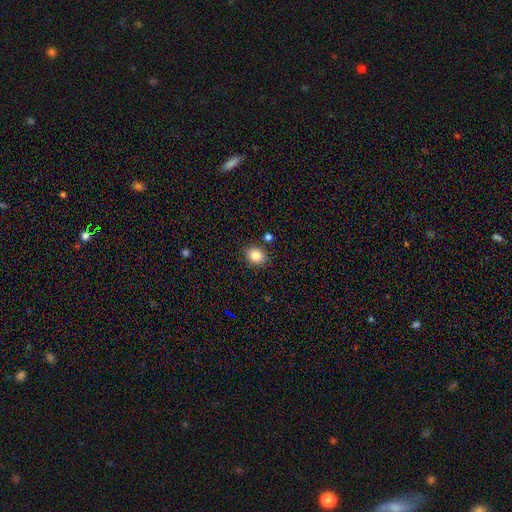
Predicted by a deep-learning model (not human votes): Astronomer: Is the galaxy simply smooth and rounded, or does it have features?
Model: smooth — 85%.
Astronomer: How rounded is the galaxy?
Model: round — 58% (runner-up: in between, 41%).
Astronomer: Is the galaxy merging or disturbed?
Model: none — 85%.